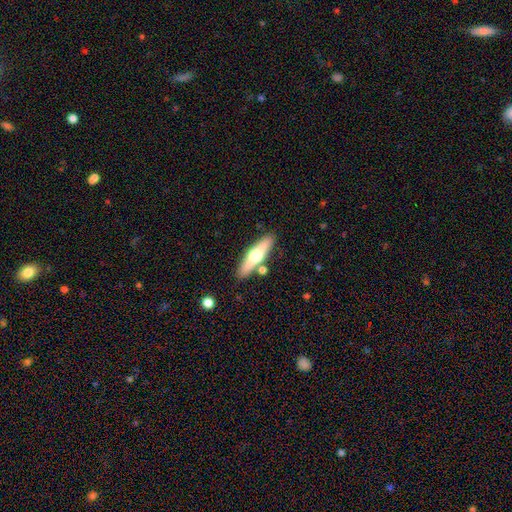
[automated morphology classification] featured or disk 51%, smooth 44%, star or artifact 6%. Down the decision tree: edge-on disk — yes (91%); merging — none (82%).